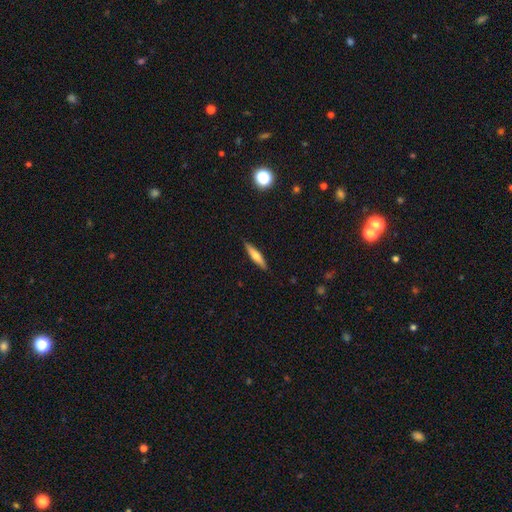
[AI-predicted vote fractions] Q: Smooth or featured?
A: smooth (54%); runner-up: featured or disk (40%)
Q: How rounded?
A: cigar-shaped (81%); runner-up: in between (17%)
Q: Merging?
A: none (88%); runner-up: minor disturbance (9%)